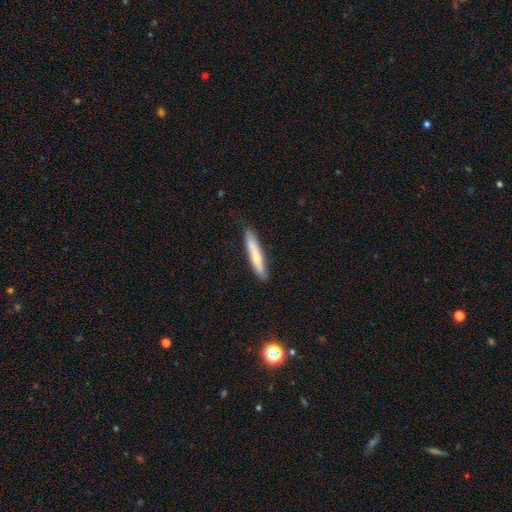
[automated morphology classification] smooth 61%, featured or disk 33%, star or artifact 6%. Down the decision tree: how rounded — cigar-shaped (90%); merging — none (81%).